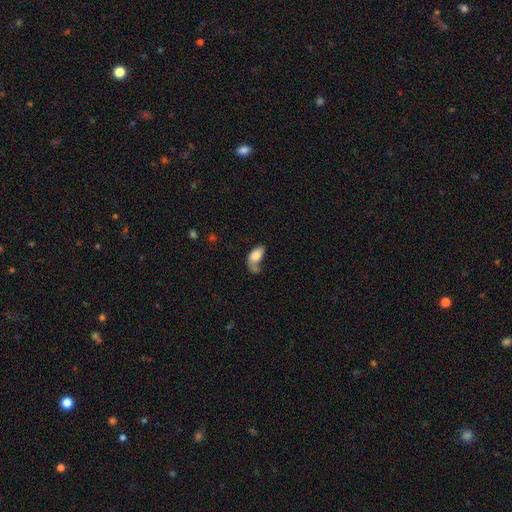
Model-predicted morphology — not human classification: smooth-or-featured: smooth: 75% | featured or disk: 18% | star or artifact: 7%
  how-rounded: in between: 91% | round: 5% | cigar-shaped: 4%
  merging: none: 29% | major disturbance: 25% | merger: 24% | minor disturbance: 22%